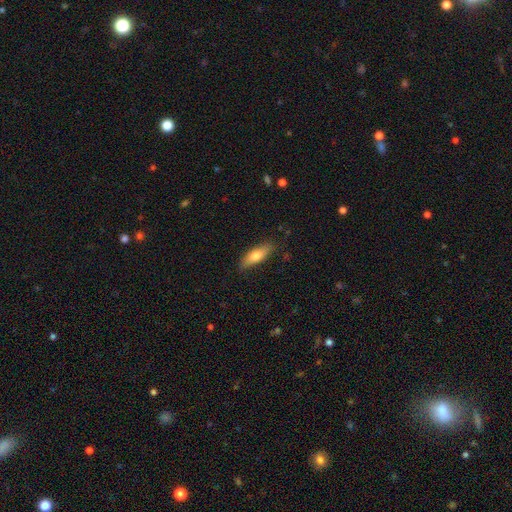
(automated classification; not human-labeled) smooth 70%, featured or disk 24%, star or artifact 6%. Down the decision tree: how rounded — in between (55%); merging — none (83%).